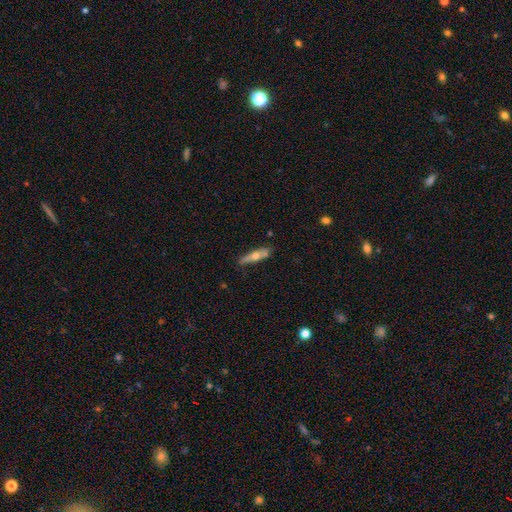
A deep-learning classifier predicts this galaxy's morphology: The model was most divided on "smooth or featured": featured or disk: 53%, smooth: 41%, star or artifact: 6%. More confident: edge-on disk — yes (86%); merging — none (78%).